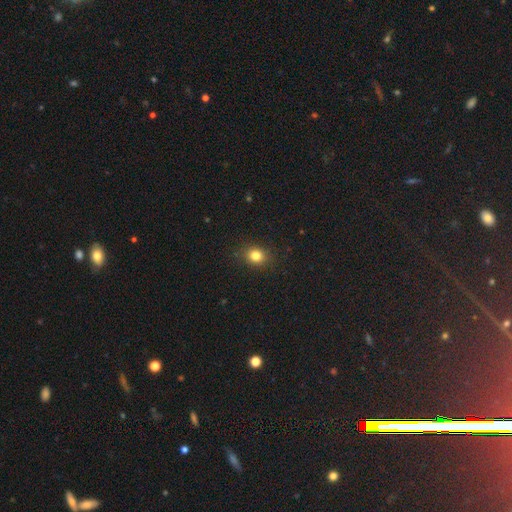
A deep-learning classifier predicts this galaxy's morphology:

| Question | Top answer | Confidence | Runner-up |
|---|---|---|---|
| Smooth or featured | smooth | 81% | star or artifact (13%) |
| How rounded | round | 67% | in between (31%) |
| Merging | none | 87% | minor disturbance (9%) |